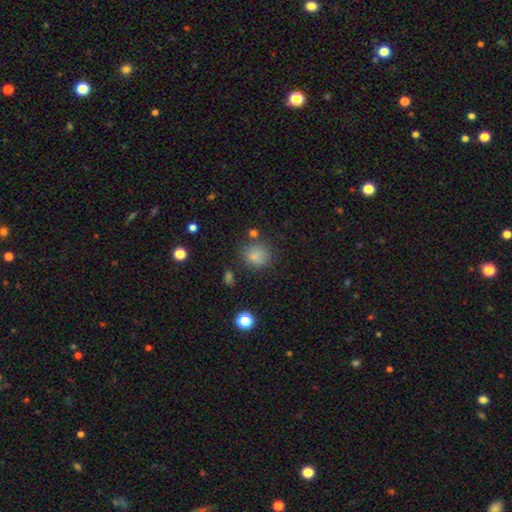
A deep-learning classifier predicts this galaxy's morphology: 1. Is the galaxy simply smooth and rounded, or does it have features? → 79% smooth, 14% star or artifact, 8% featured or disk.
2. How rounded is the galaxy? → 80% round, 19% in between, 1% cigar-shaped.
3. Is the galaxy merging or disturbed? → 73% none, 15% minor disturbance, 6% merger, 6% major disturbance.